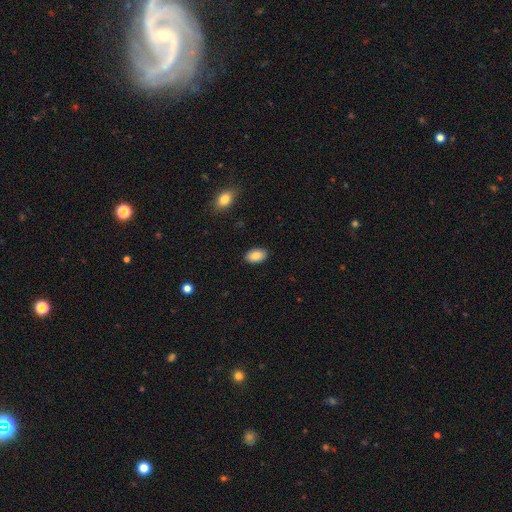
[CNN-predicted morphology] This is clearly a smooth galaxy (86%). How rounded: clearly in between (92%). Merging: clearly none (89%).